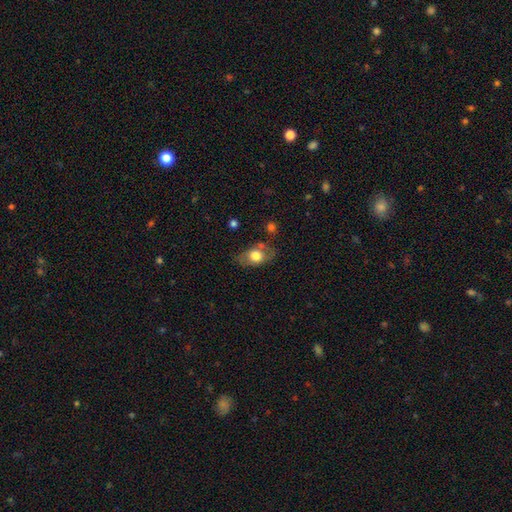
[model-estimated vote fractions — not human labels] smooth-or-featured: smooth: 67% | featured or disk: 26% | star or artifact: 7%
  how-rounded: in between: 82% | round: 16% | cigar-shaped: 3%
  merging: none: 64% | minor disturbance: 23% | major disturbance: 7% | merger: 6%